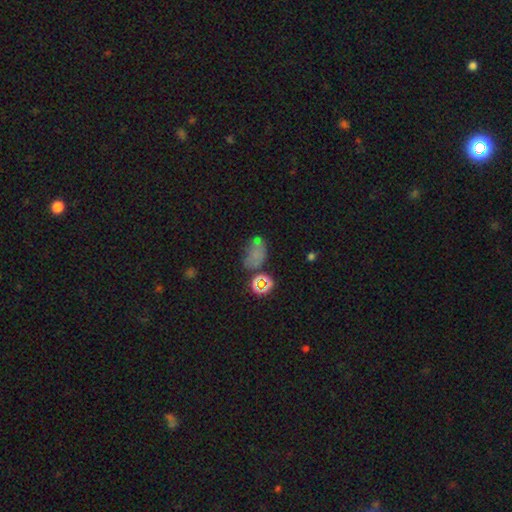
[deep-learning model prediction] smooth 57%, star or artifact 26%, featured or disk 17%. Down the decision tree: how rounded — in between (77%); merging — none (38%).